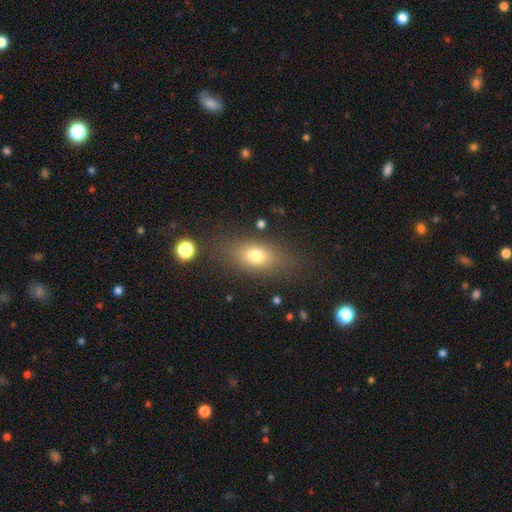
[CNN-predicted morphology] This appears to be a smooth galaxy with no disk features (74%) that is in between round and cigar-shaped (80%). Merging: none (80%).